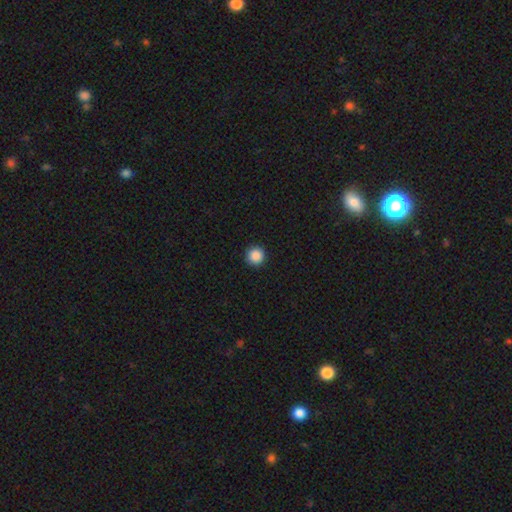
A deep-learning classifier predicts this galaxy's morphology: smooth-or-featured: smooth: 88% | star or artifact: 10% | featured or disk: 2%
  how-rounded: round: 96% | in between: 3% | cigar-shaped: 1%
  merging: none: 93% | minor disturbance: 4% | major disturbance: 1% | merger: 1%